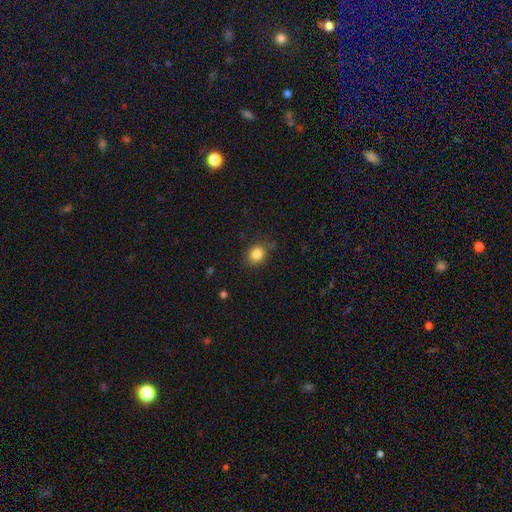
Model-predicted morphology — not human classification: A smooth galaxy with no disk features (84%) that is round (65%). Merging: none (80%).